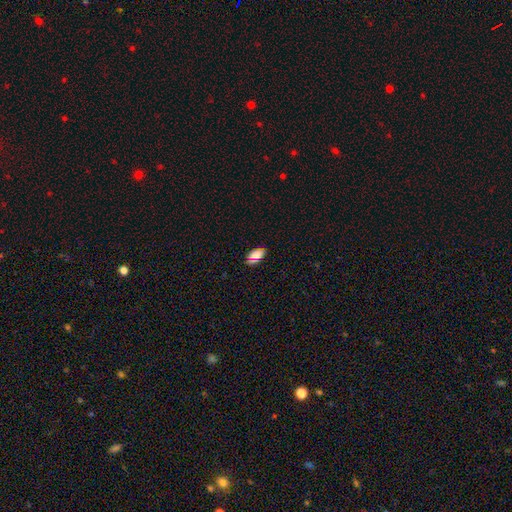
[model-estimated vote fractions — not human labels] Q: Smooth or featured?
A: smooth (75%); runner-up: star or artifact (17%)
Q: How rounded?
A: in between (89%); runner-up: cigar-shaped (6%)
Q: Merging?
A: none (84%); runner-up: minor disturbance (11%)